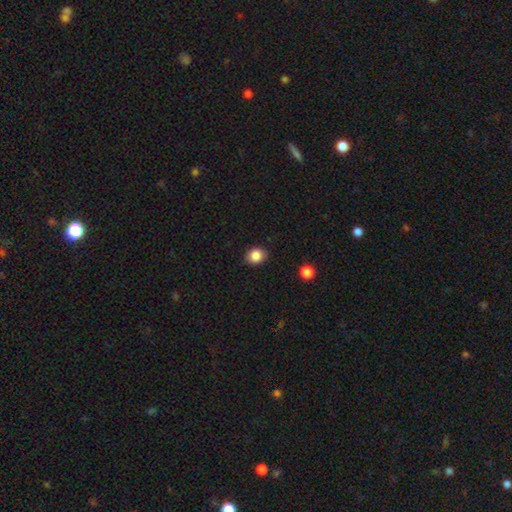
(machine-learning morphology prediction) This appears to be a smooth galaxy with no disk features (86%) that is round (61%). Merging: none (87%).